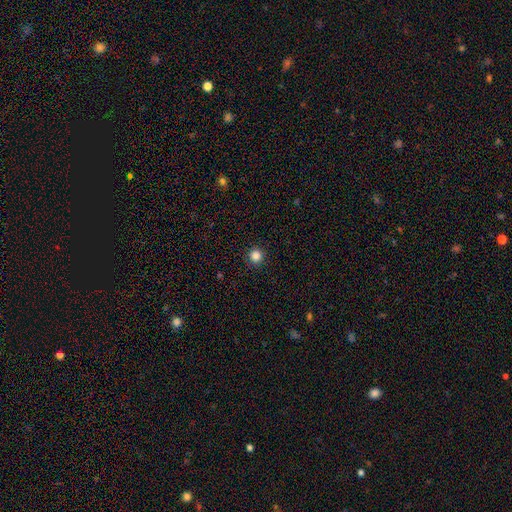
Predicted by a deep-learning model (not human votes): Smooth or featured: smooth — 85% (star or artifact — 12%)
How rounded: round — 95% (in between — 4%)
Merging: none — 92% (minor disturbance — 5%)